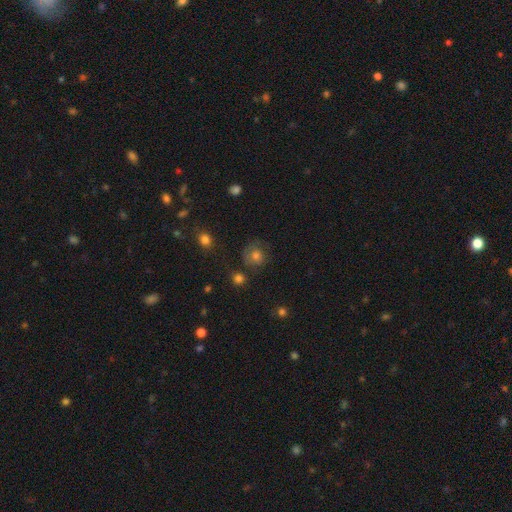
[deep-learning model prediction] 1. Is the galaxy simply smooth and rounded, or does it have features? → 68% smooth, 19% featured or disk, 13% star or artifact.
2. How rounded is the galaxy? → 86% round, 13% in between, 1% cigar-shaped.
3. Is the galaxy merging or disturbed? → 65% none, 19% minor disturbance, 12% major disturbance, 4% merger.